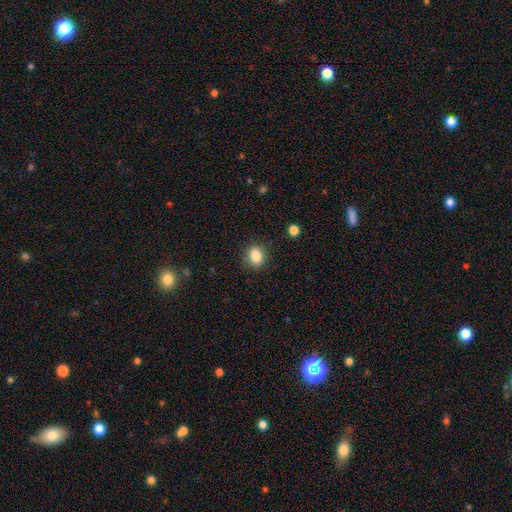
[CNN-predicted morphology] Overall: smooth (86%). How rounded: in between (53%; round 46%). Merging: none (83%).